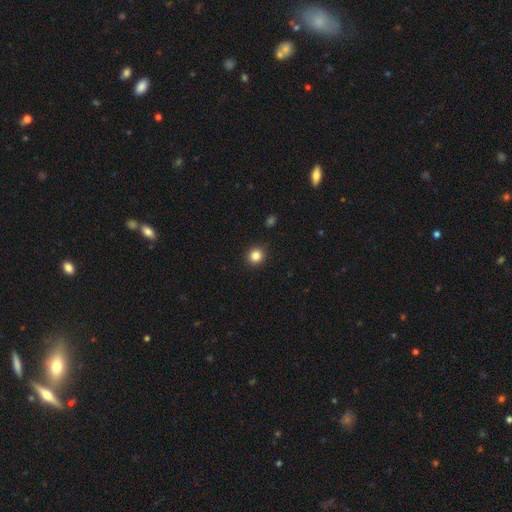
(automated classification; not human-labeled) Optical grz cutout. It shows a smooth galaxy with no disk features (84%) that is round (92%). Merging: none (92%).